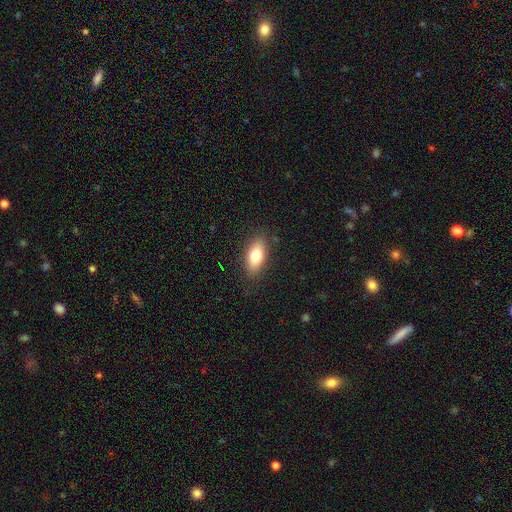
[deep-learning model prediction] A smooth galaxy with no disk features (75%) that is in between round and cigar-shaped (83%). Merging: none (85%).